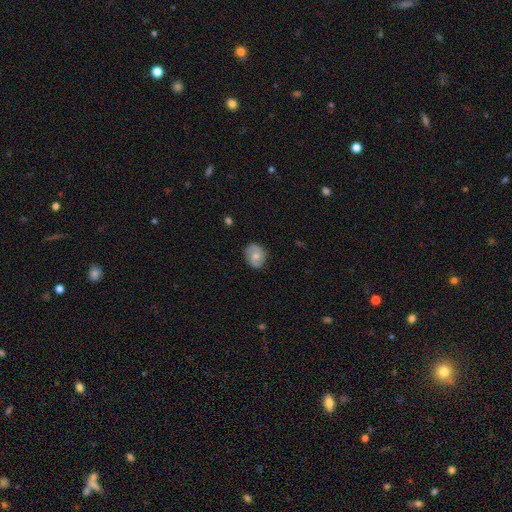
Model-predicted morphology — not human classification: Smooth or featured?
  - smooth: 59% *
  - featured or disk: 34%
  - star or artifact: 7%
How rounded?
  - round: 57% *
  - in between: 42%
  - cigar-shaped: 1%
Merging?
  - none: 80% *
  - minor disturbance: 16%
  - major disturbance: 3%
  - merger: 1%